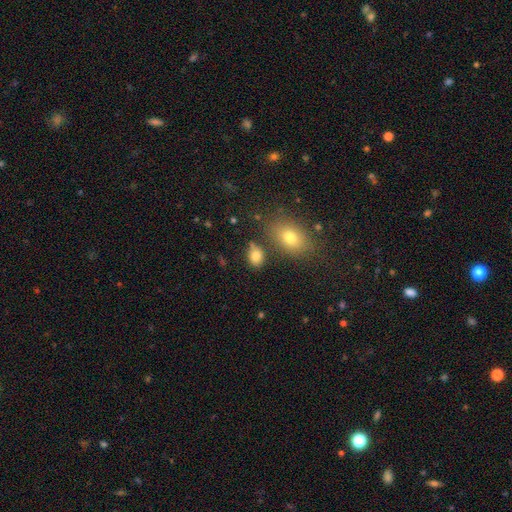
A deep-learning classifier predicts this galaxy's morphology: Overall: smooth (81%). How rounded: in between (61%; round 37%). Merging: none (70%).